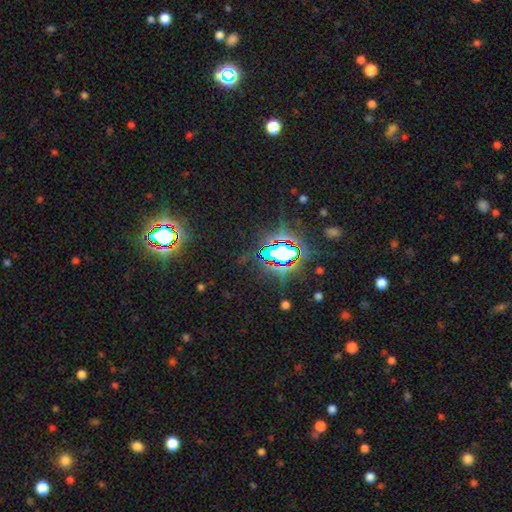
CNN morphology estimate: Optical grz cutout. It shows a star or artifact, not a galaxy (80%).